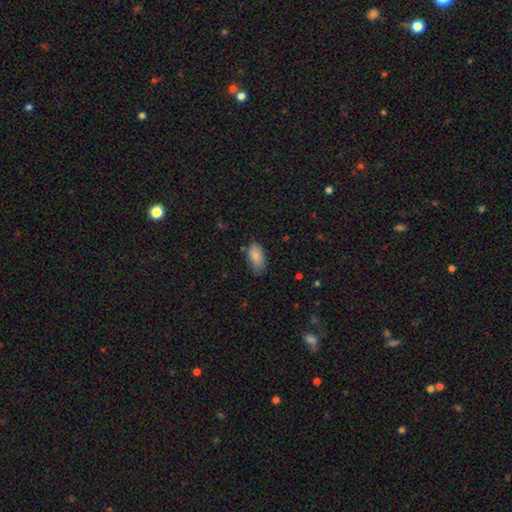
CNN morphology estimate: A smooth galaxy with no disk features (87%) that is in between round and cigar-shaped (93%). Merging: none (67%).